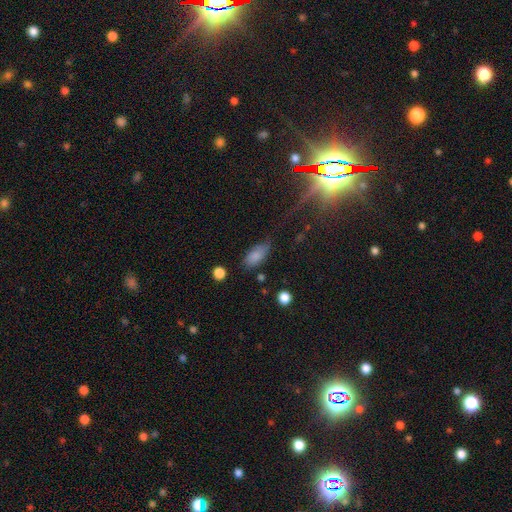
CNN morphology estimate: This appears to be a smooth galaxy with no disk features (81%) that is in between round and cigar-shaped (90%). Merging: none (56%).